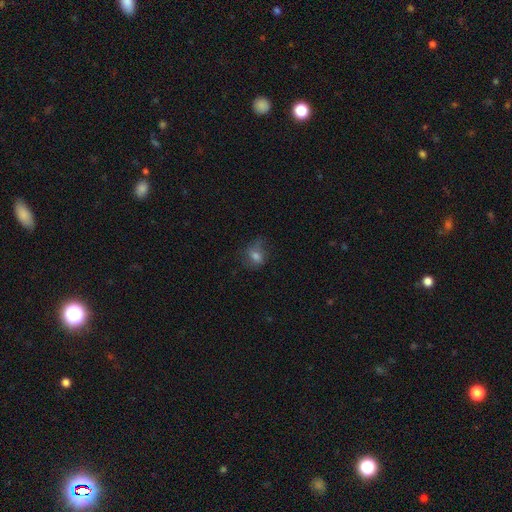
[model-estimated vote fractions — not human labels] Overall: smooth (66%). How rounded: in between (58%; round 39%). Merging: none (53%; minor disturbance 26%).